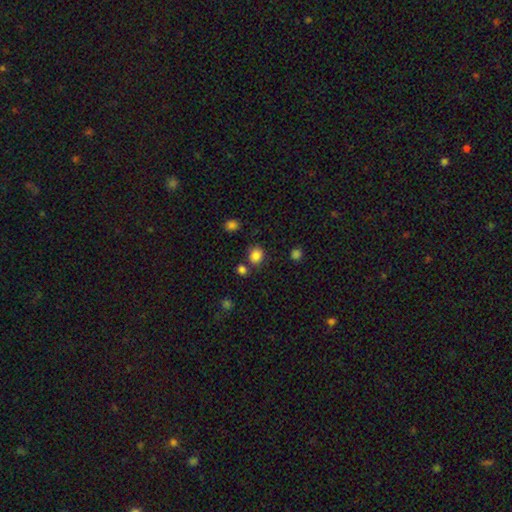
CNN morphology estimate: Q: Smooth or featured?
A: smooth (84%); runner-up: star or artifact (11%)
Q: How rounded?
A: round (74%); runner-up: in between (25%)
Q: Merging?
A: none (75%); runner-up: minor disturbance (11%)